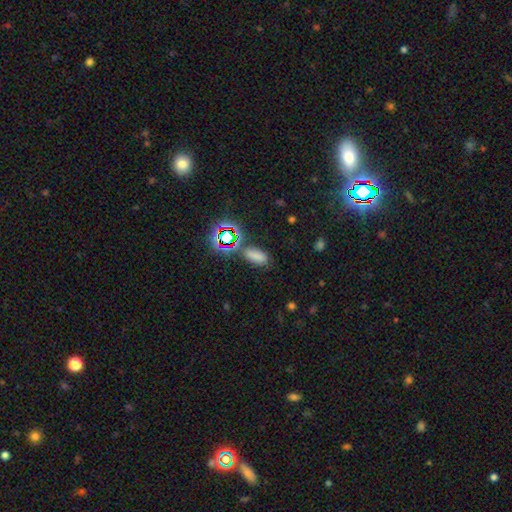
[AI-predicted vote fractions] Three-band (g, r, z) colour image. It shows a smooth galaxy with no disk features (65%) that is in between round and cigar-shaped (83%). Merging: none (72%).